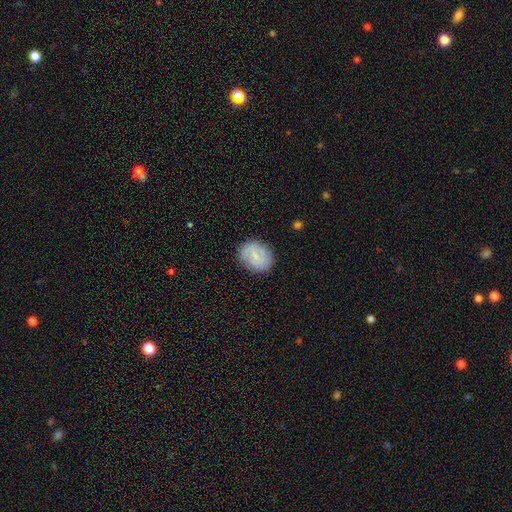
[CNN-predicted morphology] Smooth or featured?
  - smooth: 70% *
  - featured or disk: 23%
  - star or artifact: 7%
How rounded?
  - in between: 56% *
  - round: 42%
  - cigar-shaped: 1%
Merging?
  - none: 84% *
  - minor disturbance: 11%
  - major disturbance: 3%
  - merger: 1%